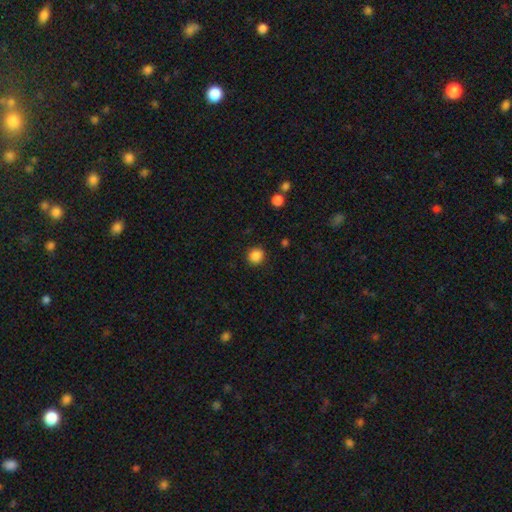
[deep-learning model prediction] smooth_or_featured: smooth (p=0.86) [alt: star or artifact p=0.11]
how_rounded: round (p=0.89) [alt: in between p=0.10]
merging: none (p=0.90) [alt: minor disturbance p=0.07]